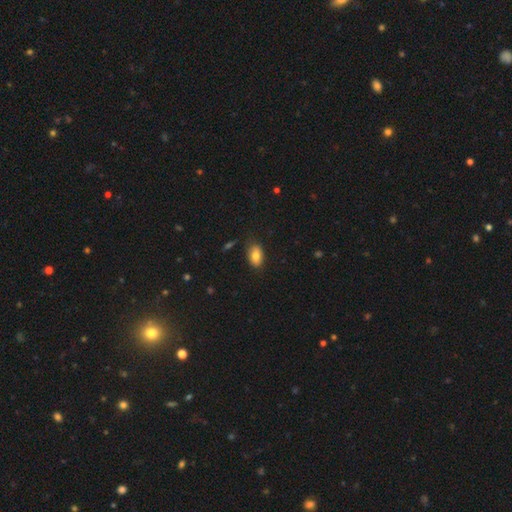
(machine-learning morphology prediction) Smooth or featured? Predicted: smooth (p=0.82). How rounded? Predicted: in between (p=0.89). Merging? Predicted: none (p=0.81).